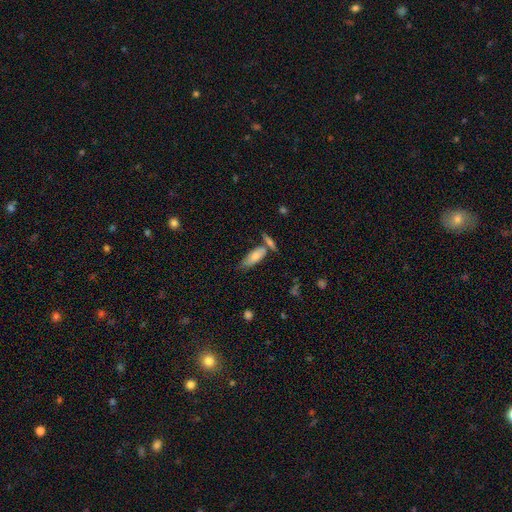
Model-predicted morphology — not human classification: A smooth galaxy with no disk features (74%) that is in between round and cigar-shaped (71%). Merging: none (50%).